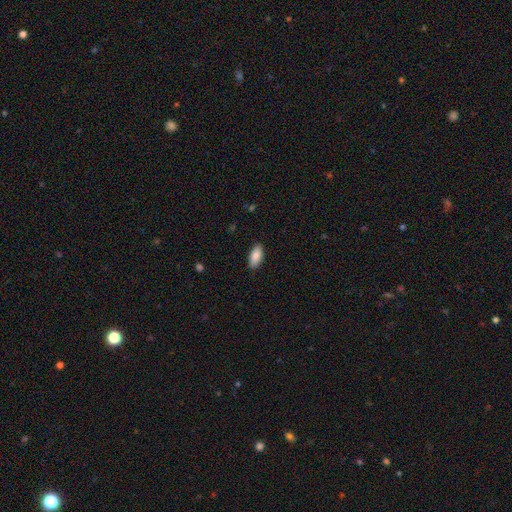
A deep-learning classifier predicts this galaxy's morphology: Smooth or featured? smooth (89%)
How rounded? in between (88%)
Merging? none (88%)